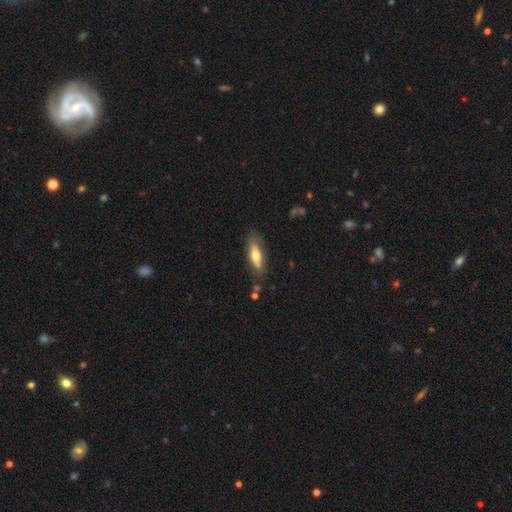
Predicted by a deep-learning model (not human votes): smooth 57%, featured or disk 37%, star or artifact 6%. Down the decision tree: how rounded — in between (55%); merging — none (76%).